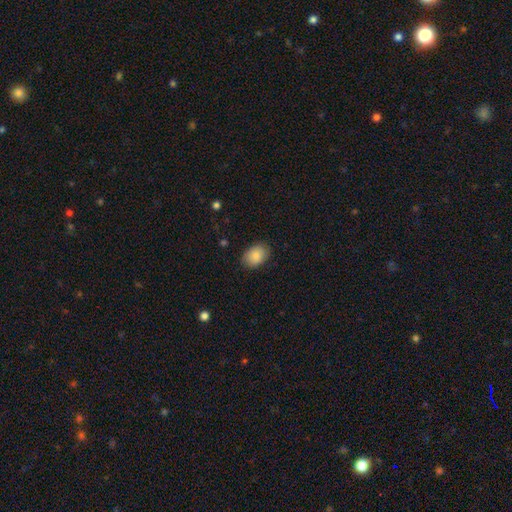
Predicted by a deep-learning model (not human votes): smooth_or_featured: smooth (p=0.86) [alt: star or artifact p=0.07]
how_rounded: in between (p=0.81) [alt: round p=0.18]
merging: none (p=0.86) [alt: minor disturbance p=0.11]